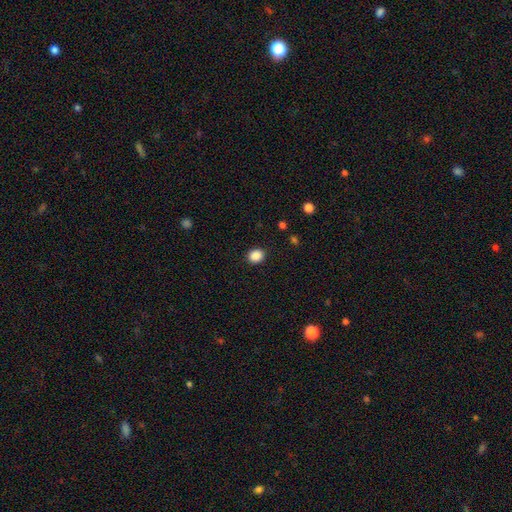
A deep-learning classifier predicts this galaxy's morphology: smooth 88%, star or artifact 10%, featured or disk 3%. Down the decision tree: how rounded — round (67%); merging — none (91%).